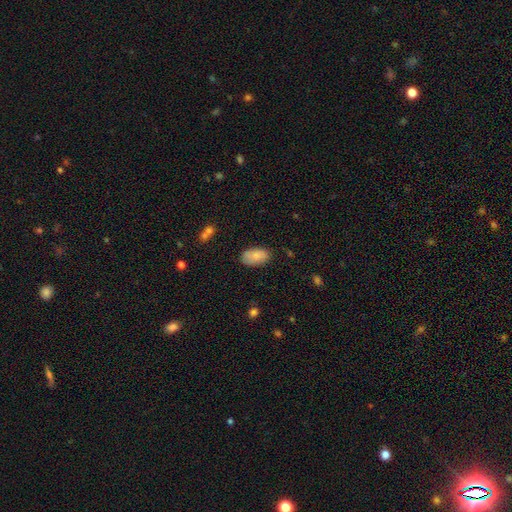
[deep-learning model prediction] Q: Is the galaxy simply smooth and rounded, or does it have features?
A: smooth — 81%.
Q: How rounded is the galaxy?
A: in between — 93%.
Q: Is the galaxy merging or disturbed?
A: none — 77%.